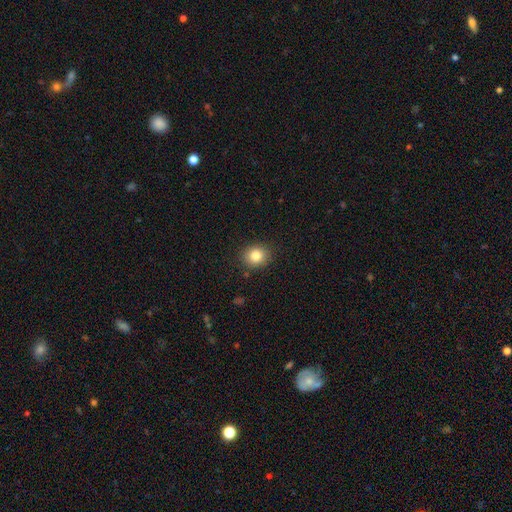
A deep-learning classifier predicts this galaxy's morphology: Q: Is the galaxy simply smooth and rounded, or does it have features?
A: smooth — 84%.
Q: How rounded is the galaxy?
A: round — 72%.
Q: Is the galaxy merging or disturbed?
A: none — 88%.